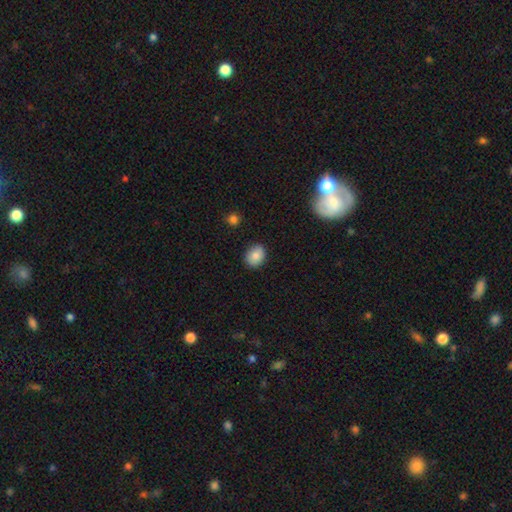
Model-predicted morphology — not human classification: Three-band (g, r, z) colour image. It shows a smooth galaxy with no disk features (83%) that is round (52%). Merging: none (86%).